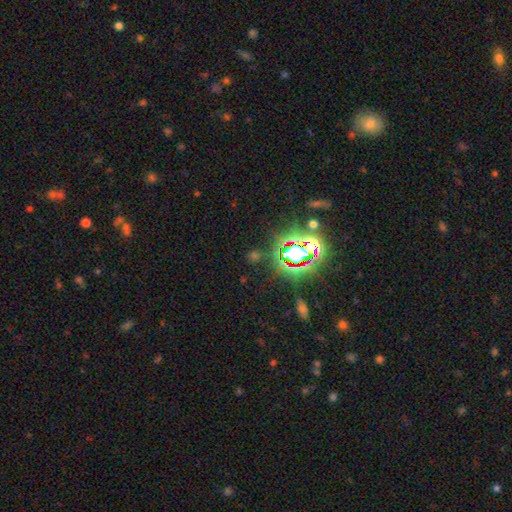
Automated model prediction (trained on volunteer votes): Smooth or featured?
  - star or artifact: 72% *
  - smooth: 20%
  - featured or disk: 9%